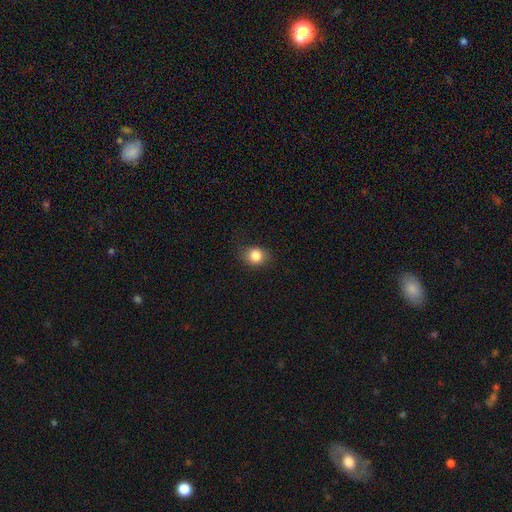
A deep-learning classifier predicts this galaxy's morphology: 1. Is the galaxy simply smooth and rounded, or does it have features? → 83% smooth, 10% star or artifact, 7% featured or disk.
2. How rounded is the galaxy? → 67% round, 32% in between, 1% cigar-shaped.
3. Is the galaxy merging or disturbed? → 81% none, 14% minor disturbance, 4% major disturbance, 1% merger.